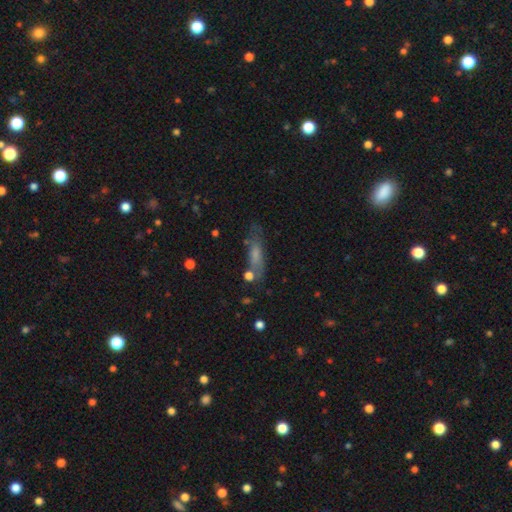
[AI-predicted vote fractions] smooth 58%, featured or disk 31%, star or artifact 11%. Down the decision tree: how rounded — cigar-shaped (56%); merging — none (60%).